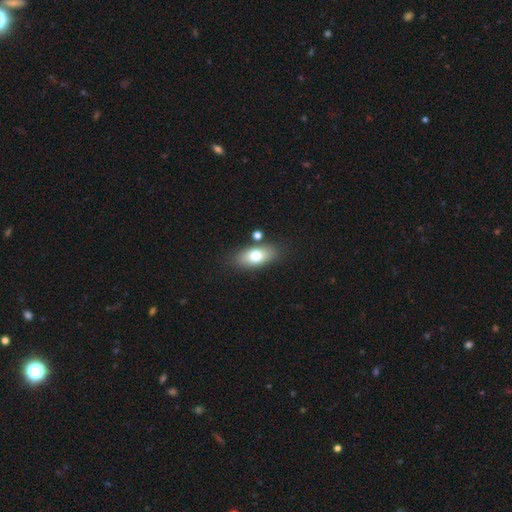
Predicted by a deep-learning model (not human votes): smooth-or-featured: smooth: 72% | featured or disk: 20% | star or artifact: 8%
  how-rounded: in between: 84% | cigar-shaped: 8% | round: 8%
  merging: none: 78% | minor disturbance: 11% | merger: 8% | major disturbance: 3%